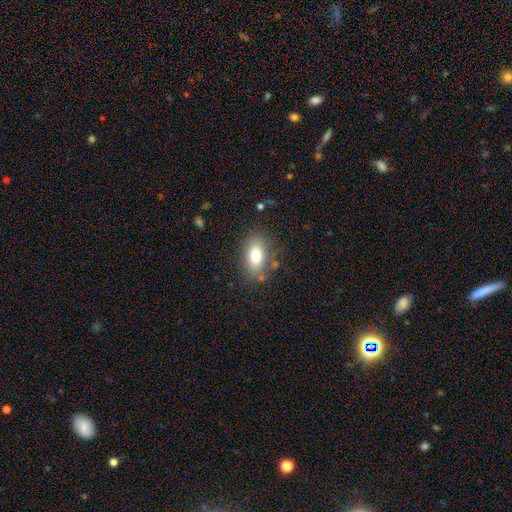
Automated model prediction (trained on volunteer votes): smooth-or-featured: smooth: 76% | featured or disk: 15% | star or artifact: 9%
  how-rounded: in between: 85% | round: 11% | cigar-shaped: 4%
  merging: none: 79% | minor disturbance: 13% | major disturbance: 5% | merger: 3%